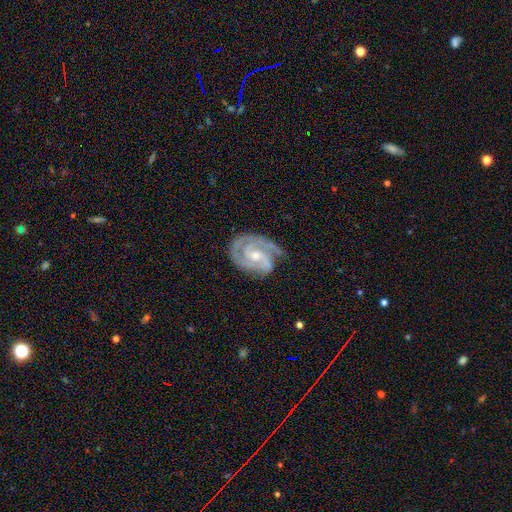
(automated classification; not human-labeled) A featured or disk galaxy (91%) with no bar (43%), 2 (53%) tight (62%) spiral arms (98%) and a moderate central bulge (51%).

Vote fractions:
- Smooth or featured? featured or disk: 91% / star or artifact: 5% / smooth: 4%
- Edge-on disk? no: 98% / yes: 2%
- Bar? no: 43% / weak: 41% / strong: 16%
- Spiral arms? yes: 98% / no: 2%
- Spiral winding? tight: 62% / medium: 33% / loose: 5%
- Spiral arm count? 2: 53% / 3: 30% / can't tell: 7% / 1: 4% / 4: 4% / more than 4: 3%
- Bulge size? moderate: 51% / small: 45% / large: 2% / none: 2% / dominant: 1%
- Merging? none: 69% / minor disturbance: 22% / major disturbance: 8% / merger: 2%